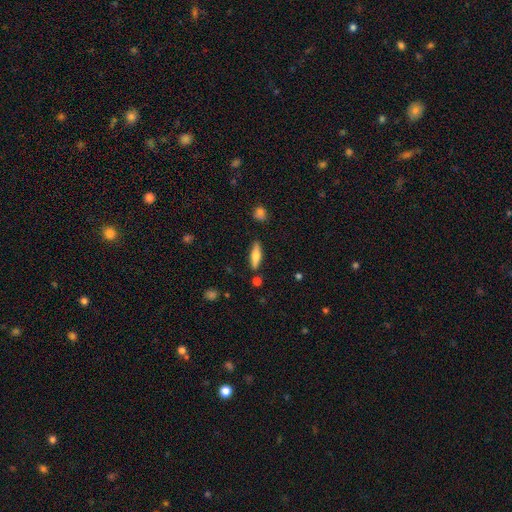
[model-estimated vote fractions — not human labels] smooth_or_featured: smooth (p=0.64) [alt: featured or disk p=0.30]
how_rounded: cigar-shaped (p=0.61) [alt: in between p=0.36]
merging: none (p=0.84) [alt: minor disturbance p=0.10]